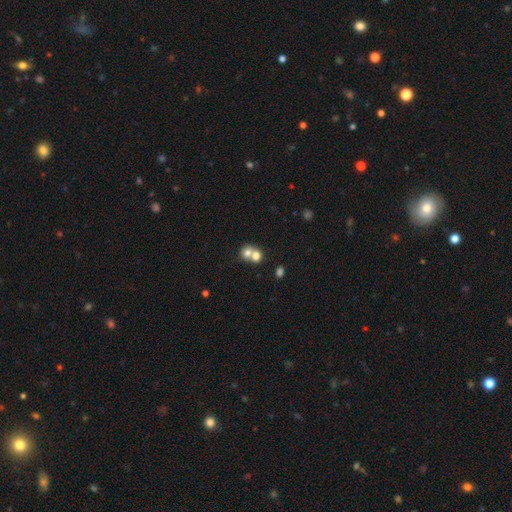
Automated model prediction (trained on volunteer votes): smooth-or-featured: smooth: 72% | featured or disk: 17% | star or artifact: 11%
  how-rounded: round: 71% | in between: 28% | cigar-shaped: 1%
  merging: merger: 64% | none: 28% | minor disturbance: 5% | major disturbance: 3%